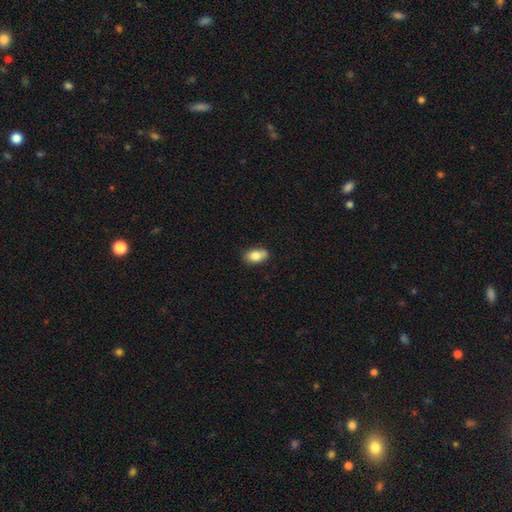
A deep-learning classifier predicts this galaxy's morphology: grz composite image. It shows a smooth galaxy with no disk features (83%) that is in between round and cigar-shaped (90%). Merging: none (77%).